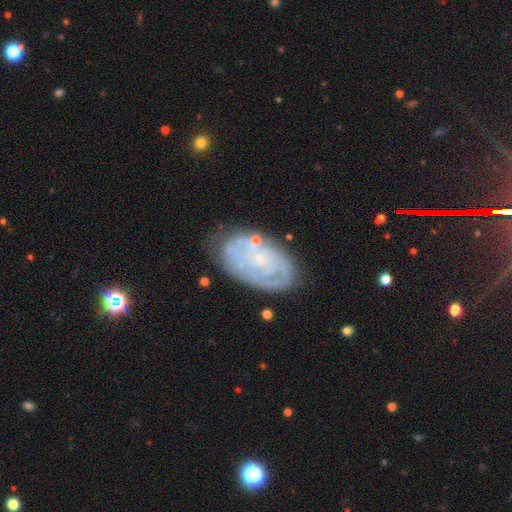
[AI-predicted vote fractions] This is likely a featured or disk galaxy (69%). It is clearly not viewed edge-on (95%). Bar: likely no (75%). Spiral arm pattern: likely yes (79%). Spiral arm count: possibly can't tell (54%). Spiral winding: likely tight (70%). Central bulge: likely small (73%). Merging: likely none (74%).